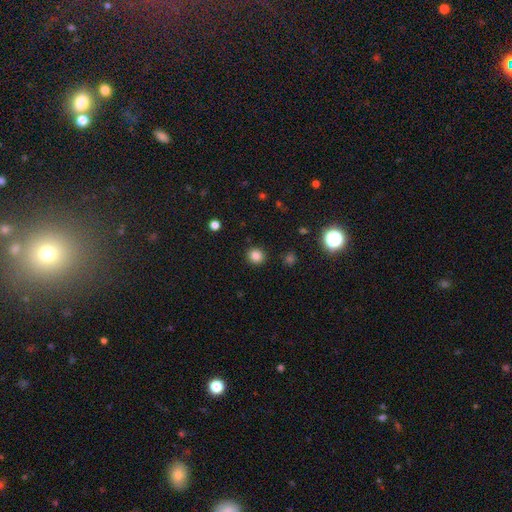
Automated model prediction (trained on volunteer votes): The model was most divided on "smooth or featured": smooth: 83%, star or artifact: 13%, featured or disk: 4%. More confident: merging — none (91%); how rounded — round (89%).